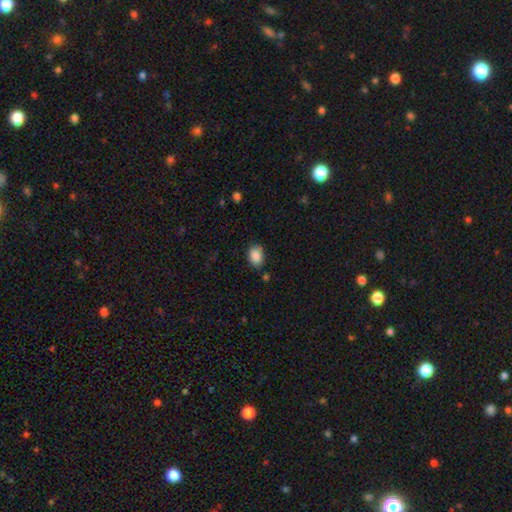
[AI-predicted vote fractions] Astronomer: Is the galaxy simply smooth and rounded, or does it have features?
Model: smooth — 88%.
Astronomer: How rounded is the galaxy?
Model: in between — 74%.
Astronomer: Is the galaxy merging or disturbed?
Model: none — 77%.